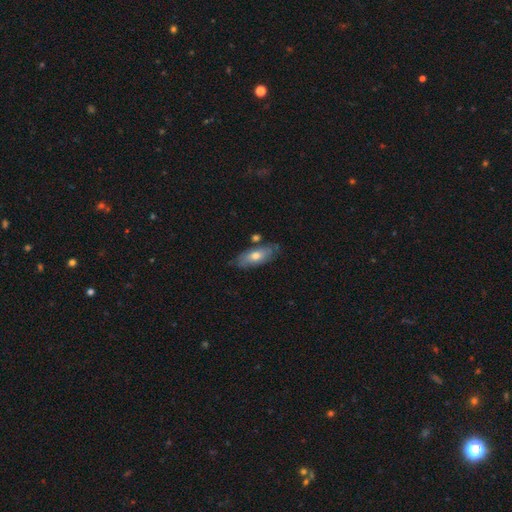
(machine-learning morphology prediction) Smooth or featured: smooth — 60% (featured or disk — 34%)
How rounded: in between — 75% (cigar-shaped — 22%)
Merging: none — 75% (minor disturbance — 17%)